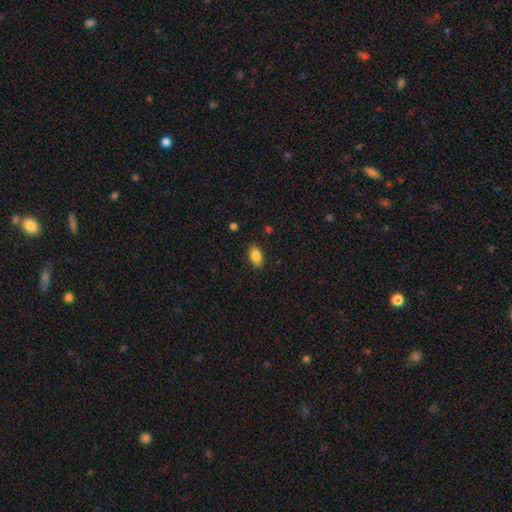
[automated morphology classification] Smooth or featured?
  - smooth: 86% *
  - star or artifact: 8%
  - featured or disk: 6%
How rounded?
  - in between: 91% *
  - round: 5%
  - cigar-shaped: 4%
Merging?
  - none: 88% *
  - minor disturbance: 9%
  - major disturbance: 2%
  - merger: 1%